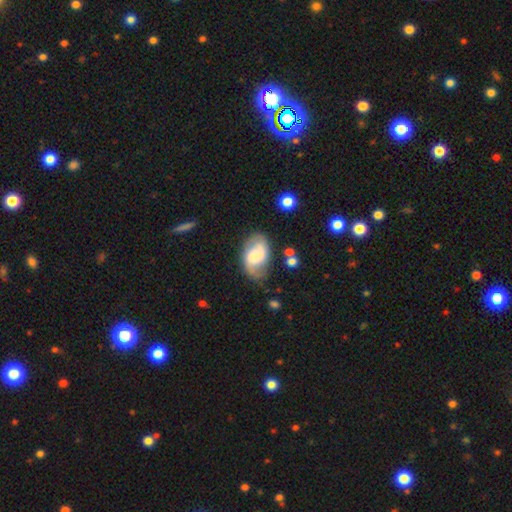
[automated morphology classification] This appears to be a featured or disk galaxy (62%) with a weak bar (47%), 2 (83%) medium (43%) spiral arms (87%) and a moderate central bulge (37%). Merging: none (65%).